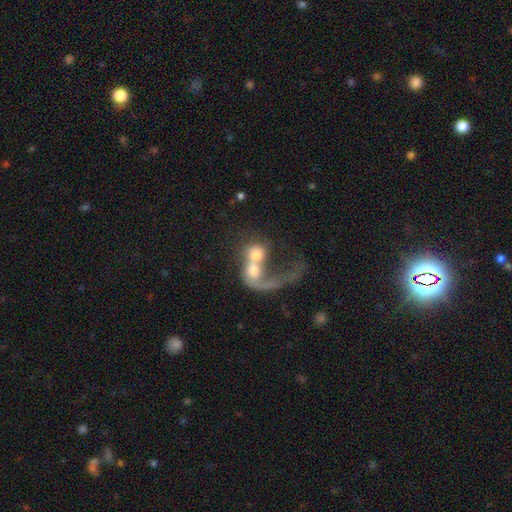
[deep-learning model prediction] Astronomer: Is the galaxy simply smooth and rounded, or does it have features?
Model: featured or disk — 54% (runner-up: smooth, 37%).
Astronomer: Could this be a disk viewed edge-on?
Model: no — 95%.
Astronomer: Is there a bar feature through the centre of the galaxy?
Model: no — 71%.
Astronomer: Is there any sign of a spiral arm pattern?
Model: yes — 67%.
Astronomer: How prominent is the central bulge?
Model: moderate — 42% (runner-up: large, 26%).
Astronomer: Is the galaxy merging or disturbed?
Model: merger — 75%.